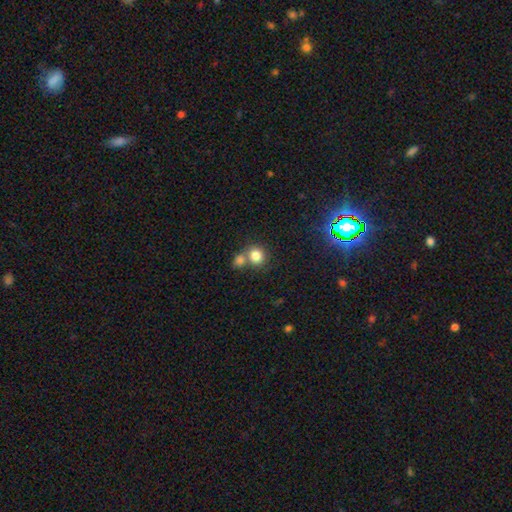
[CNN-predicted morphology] A smooth galaxy with no disk features (81%) that is round (81%).

Vote fractions:
- Smooth or featured? smooth: 81% / star or artifact: 11% / featured or disk: 8%
- How rounded? round: 81% / in between: 18% / cigar-shaped: 1%
- Merging? none: 48% / merger: 41% / minor disturbance: 7% / major disturbance: 3%